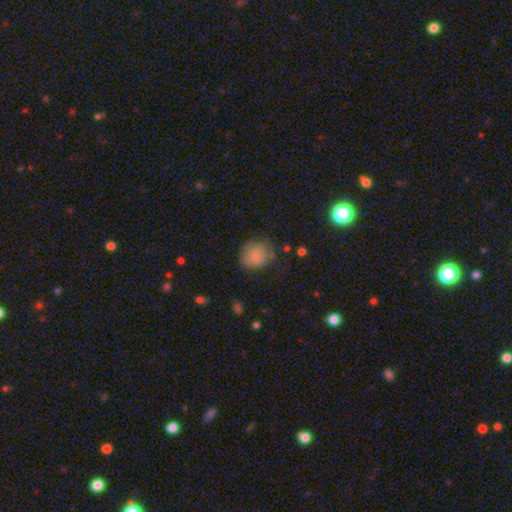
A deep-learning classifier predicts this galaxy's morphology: smooth 73%, featured or disk 17%, star or artifact 11%. Down the decision tree: how rounded — round (72%); merging — none (60%).